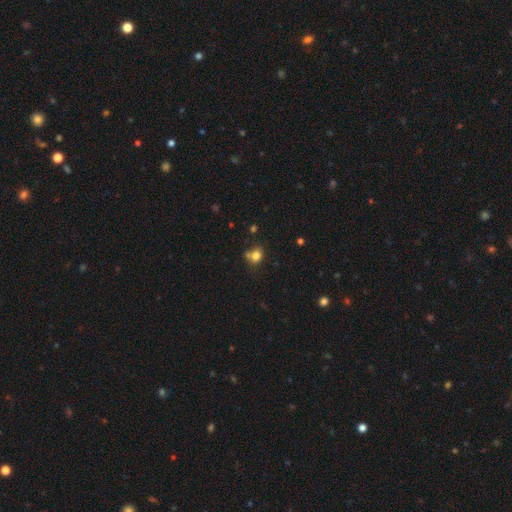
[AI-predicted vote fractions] Overall: smooth (78%). How rounded: round (66%; in between 33%). Merging: none (55%; minor disturbance 19%).